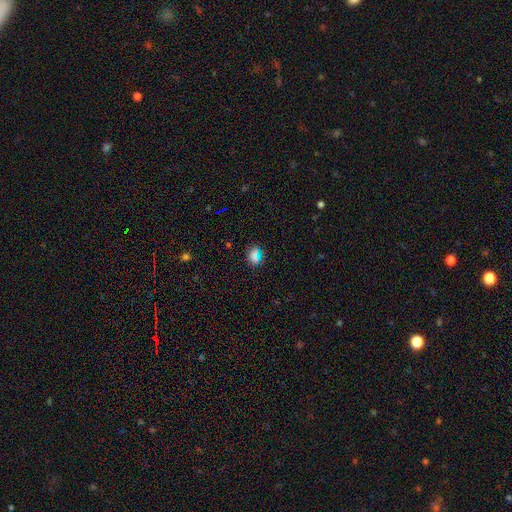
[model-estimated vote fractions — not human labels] smooth-or-featured: smooth: 72% | star or artifact: 20% | featured or disk: 8%
  how-rounded: in between: 57% | round: 35% | cigar-shaped: 8%
  merging: none: 76% | minor disturbance: 15% | major disturbance: 5% | merger: 5%